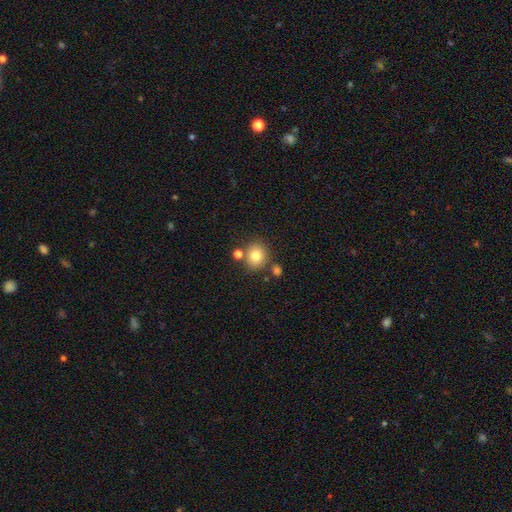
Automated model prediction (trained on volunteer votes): smooth 79%, star or artifact 11%, featured or disk 10%. Down the decision tree: how rounded — round (79%); merging — none (74%).